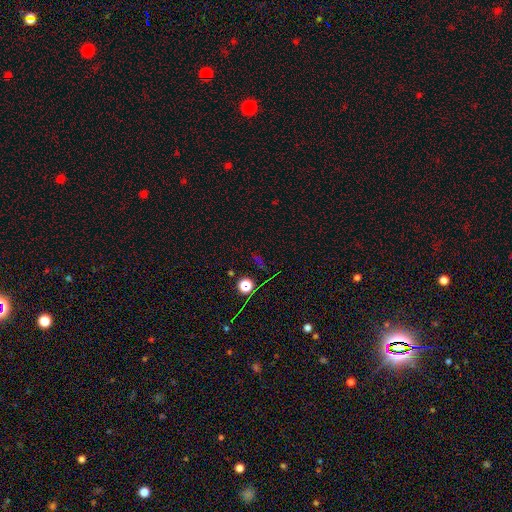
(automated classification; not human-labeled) This is likely a star or artifact rather than a galaxy (64%).